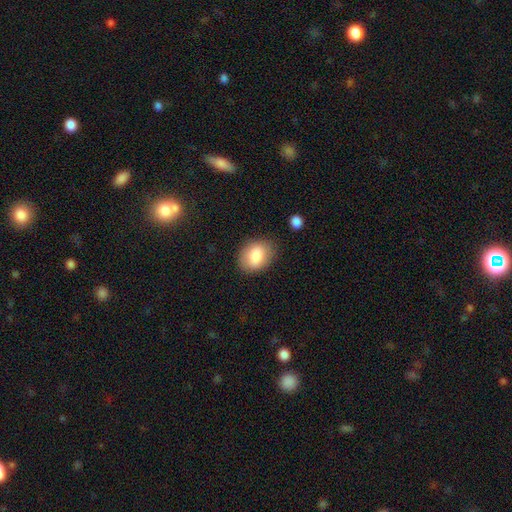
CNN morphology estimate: A smooth galaxy with no disk features (84%) that is in between round and cigar-shaped (71%).

Vote fractions:
- Smooth or featured? smooth: 84% / featured or disk: 9% / star or artifact: 7%
- How rounded? in between: 71% / round: 28% / cigar-shaped: 1%
- Merging? none: 80% / minor disturbance: 14% / major disturbance: 4% / merger: 2%